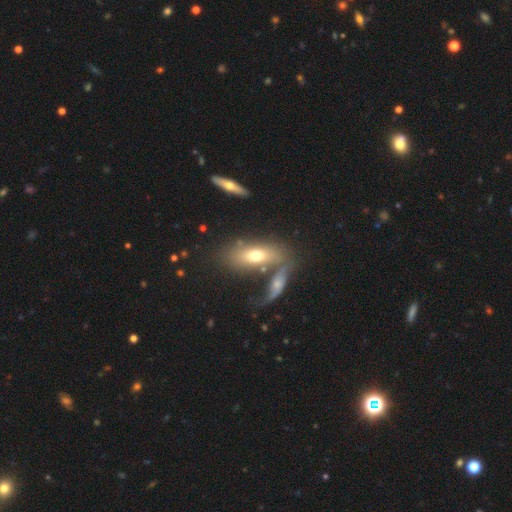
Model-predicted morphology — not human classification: This appears to be a smooth galaxy with no disk features (60%) that is in between round and cigar-shaped (77%). Merging: none (45%).